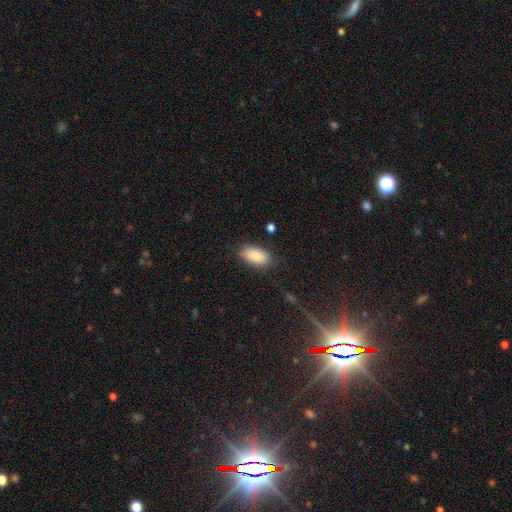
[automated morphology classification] This appears to be a smooth galaxy with no disk features (88%) that is in between round and cigar-shaped (93%). Merging: none (81%).